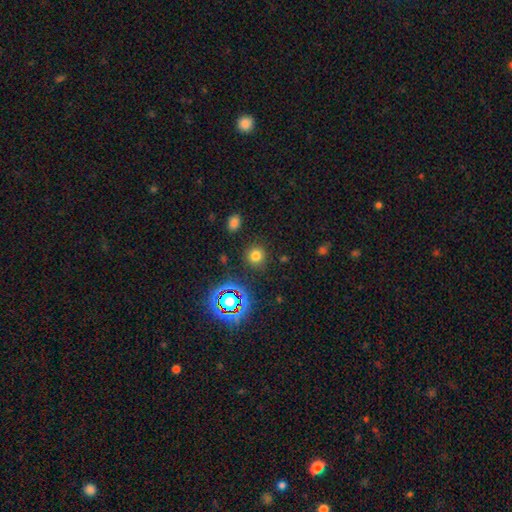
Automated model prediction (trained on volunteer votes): The model was most divided on "smooth or featured": smooth: 74%, star or artifact: 20%, featured or disk: 6%. More confident: how rounded — round (91%); merging — none (89%).